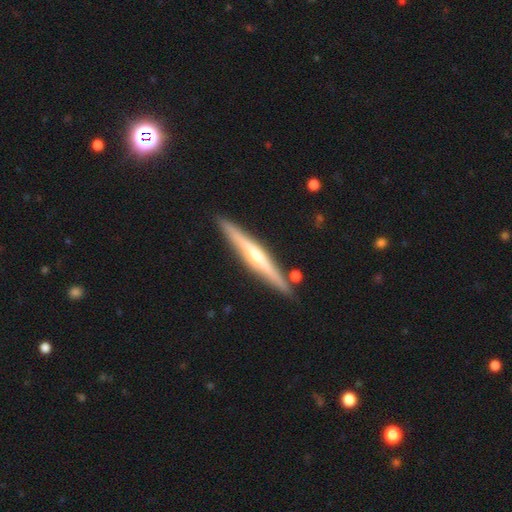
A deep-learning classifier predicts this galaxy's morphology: Smooth or featured? Predicted: featured or disk (p=0.70). Edge-on disk? Predicted: yes (p=0.97). Edge-on bulge? Predicted: rounded (p=0.78). Merging? Predicted: none (p=0.88).